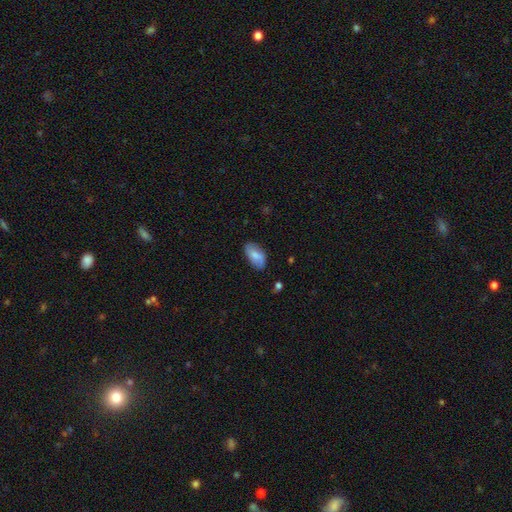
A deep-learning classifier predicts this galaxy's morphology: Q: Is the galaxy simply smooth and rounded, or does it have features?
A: smooth — 66%.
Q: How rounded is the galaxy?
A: in between — 93%.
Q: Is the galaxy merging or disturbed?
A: none — 74%.